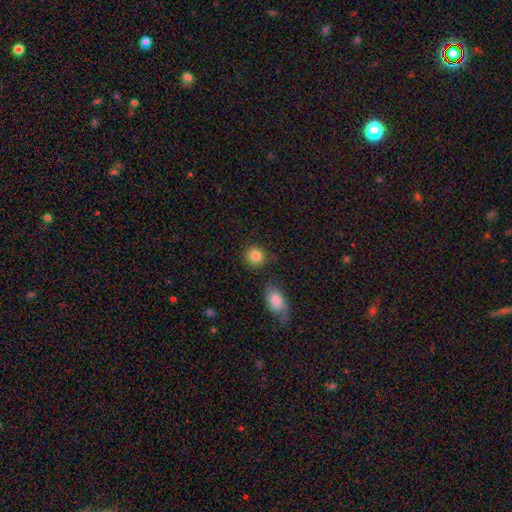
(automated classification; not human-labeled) Q: Smooth or featured?
A: smooth (86%); runner-up: star or artifact (9%)
Q: How rounded?
A: round (86%); runner-up: in between (12%)
Q: Merging?
A: none (83%); runner-up: minor disturbance (9%)